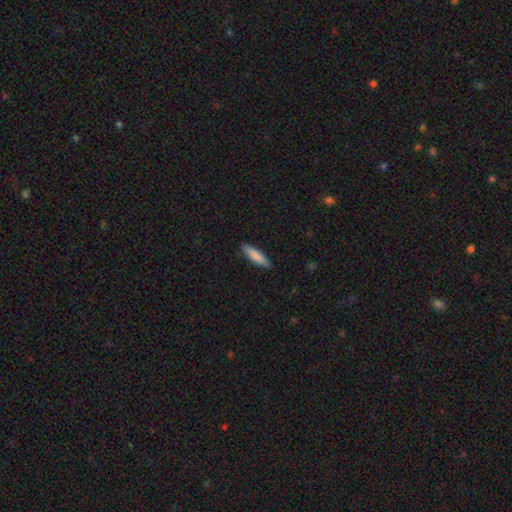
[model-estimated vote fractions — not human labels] Smooth or featured: smooth — 83% (featured or disk — 11%)
How rounded: cigar-shaped — 74% (in between — 24%)
Merging: none — 87% (minor disturbance — 10%)